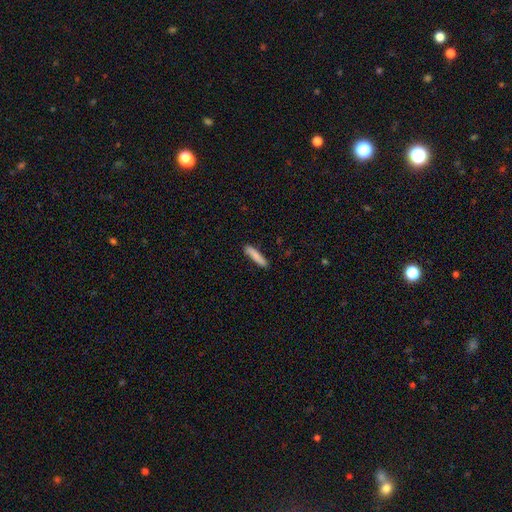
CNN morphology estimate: Smooth or featured? smooth (84%)
How rounded? cigar-shaped (87%)
Merging? none (87%)